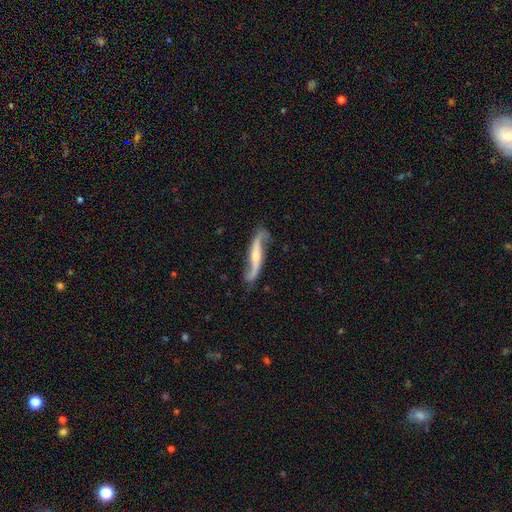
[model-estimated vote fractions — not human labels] This is clearly a featured or disk galaxy (86%). It is likely not viewed edge-on (77%). Bar: marginally no (40%). Spiral arm pattern: clearly yes (96%). Spiral arm count: clearly 2 (93%). Spiral winding: clearly loose (83%). Central bulge: marginally small (43%). Merging: likely none (75%).